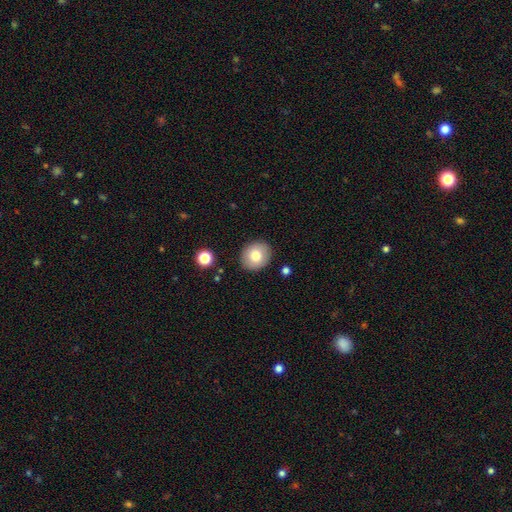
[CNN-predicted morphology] Smooth or featured: smooth — 78% (featured or disk — 14%)
How rounded: round — 73% (in between — 26%)
Merging: none — 88% (minor disturbance — 8%)